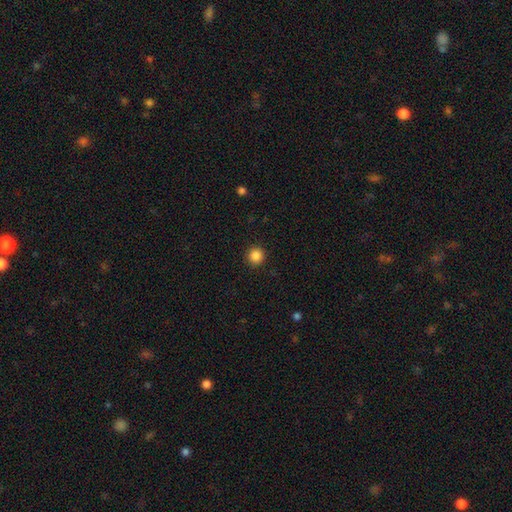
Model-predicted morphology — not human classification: Smooth or featured? Predicted: smooth (p=0.87). How rounded? Predicted: round (p=0.95). Merging? Predicted: none (p=0.92).